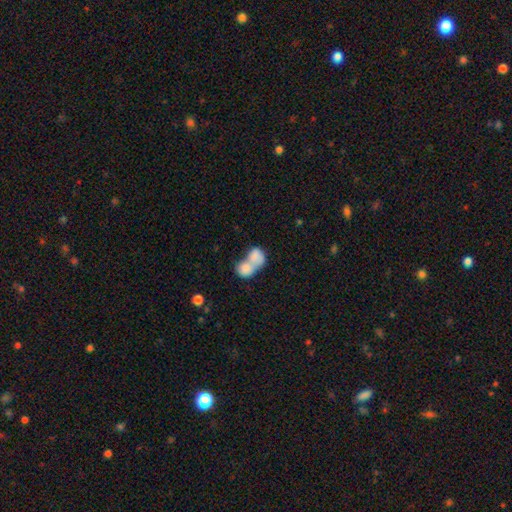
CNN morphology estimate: Smooth or featured? smooth (77%)
How rounded? in between (60%)
Merging? merger (82%)